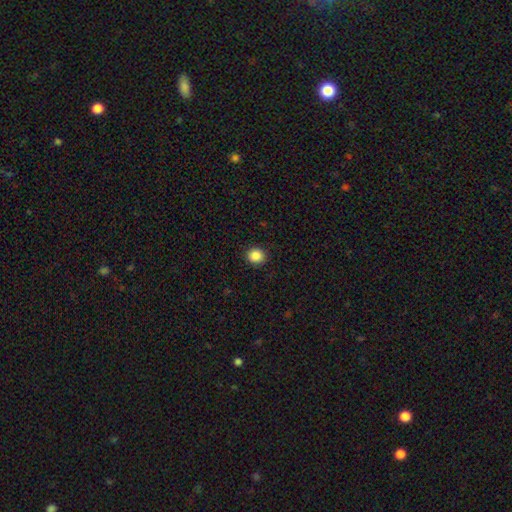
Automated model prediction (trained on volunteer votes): Overall: smooth (87%). How rounded: round (86%). Merging: none (91%).